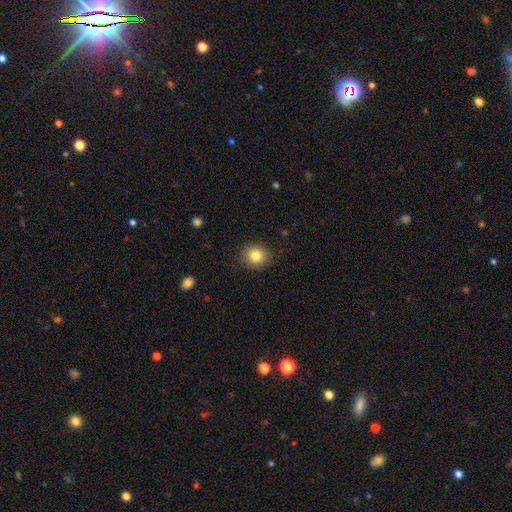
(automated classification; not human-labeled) Smooth or featured? smooth (83%)
How rounded? round (80%)
Merging? none (89%)